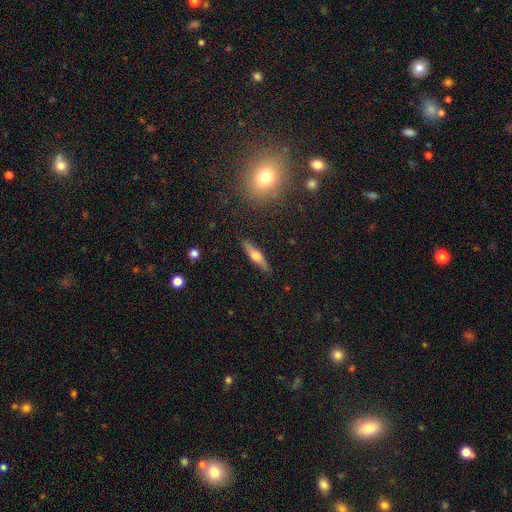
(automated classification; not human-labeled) This is possibly a featured or disk galaxy (49%). Merging: clearly none (89%).